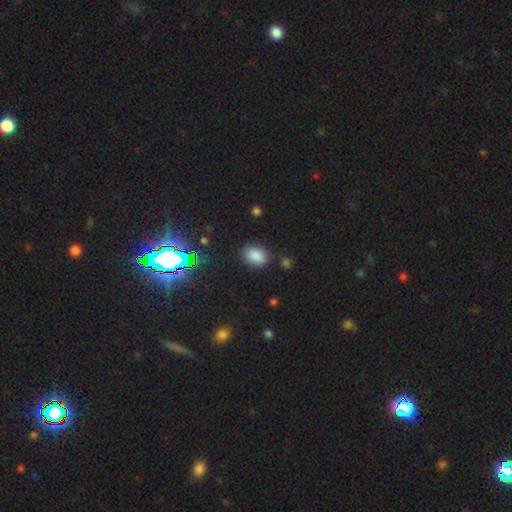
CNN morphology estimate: Smooth or featured: smooth — 83% (star or artifact — 13%)
How rounded: in between — 80% (round — 18%)
Merging: none — 83% (minor disturbance — 12%)